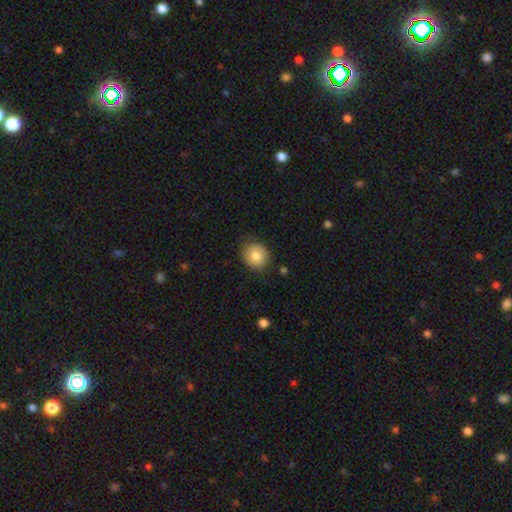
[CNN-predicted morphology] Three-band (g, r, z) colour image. It shows a smooth galaxy with no disk features (81%) that is round (80%). Merging: none (79%).